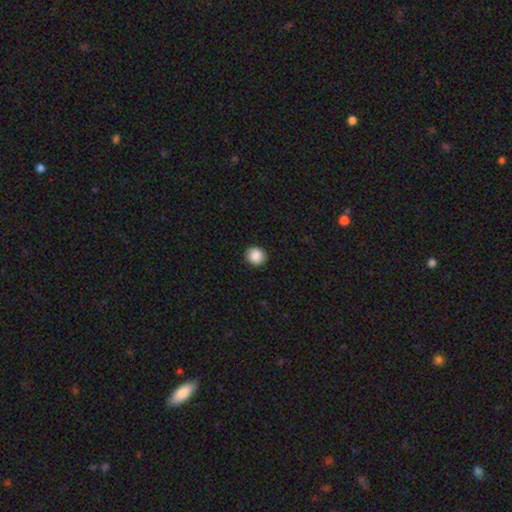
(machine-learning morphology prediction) The model was most divided on "how rounded": round: 87%, in between: 12%, cigar-shaped: 1%. More confident: merging — none (90%); smooth or featured — smooth (88%).